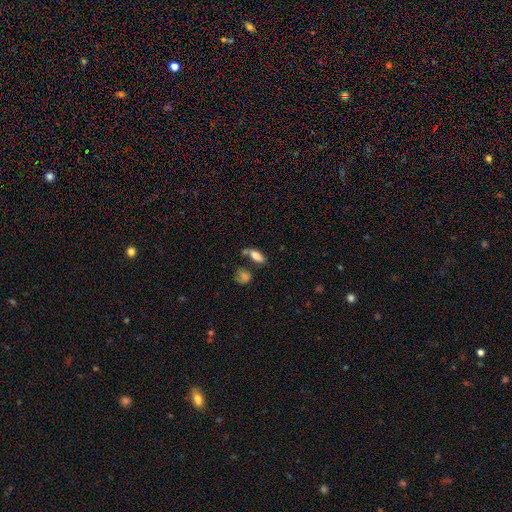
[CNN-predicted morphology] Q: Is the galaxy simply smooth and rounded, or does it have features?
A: smooth — 80%.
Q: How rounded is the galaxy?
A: in between — 77%.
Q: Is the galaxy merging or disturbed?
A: none — 58%.